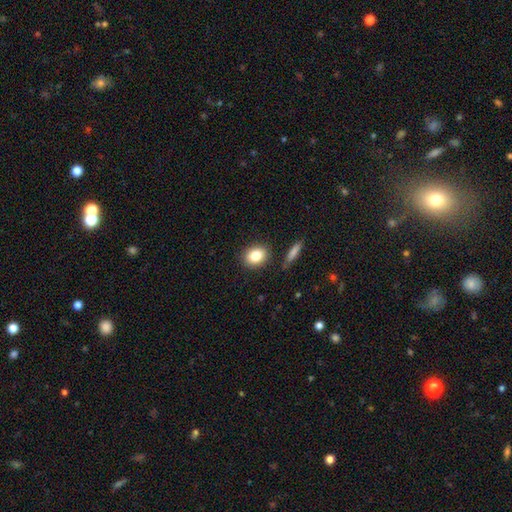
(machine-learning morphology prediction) This is clearly a smooth galaxy (83%). How rounded: possibly in between (53%). Merging: clearly none (86%).